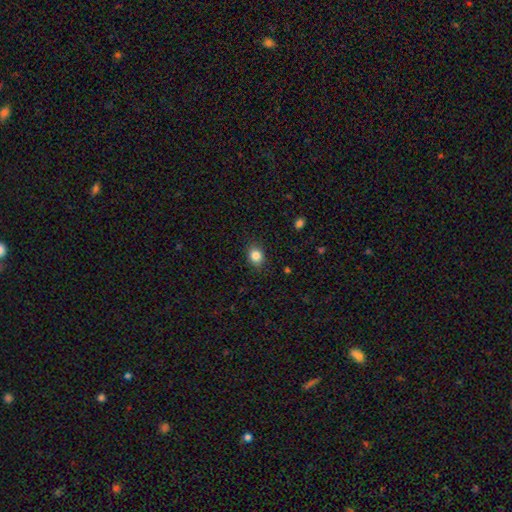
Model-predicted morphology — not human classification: The model was most divided on "how rounded": round: 53%, in between: 46%, cigar-shaped: 1%. More confident: merging — none (87%); smooth or featured — smooth (85%).